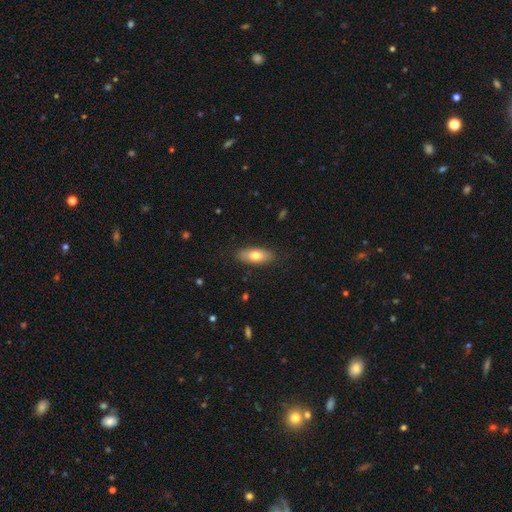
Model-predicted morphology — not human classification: Smooth or featured? smooth (73%)
How rounded? in between (79%)
Merging? none (86%)